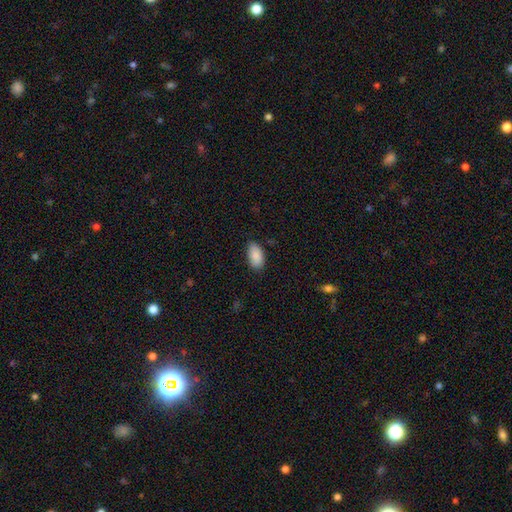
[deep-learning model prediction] Smooth or featured? smooth (89%)
How rounded? in between (95%)
Merging? none (85%)